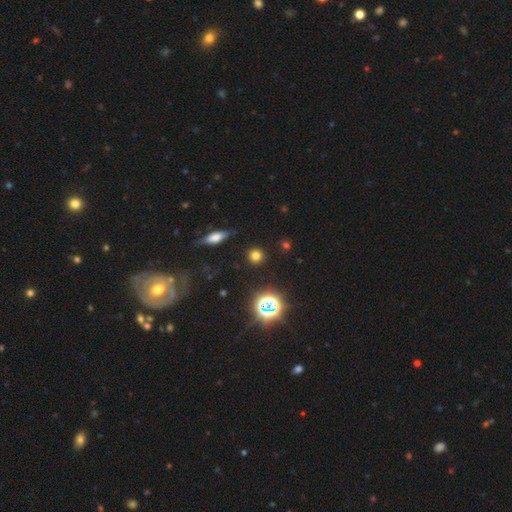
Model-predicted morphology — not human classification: A smooth galaxy with no disk features (72%) that is round (91%). Merging: none (89%).